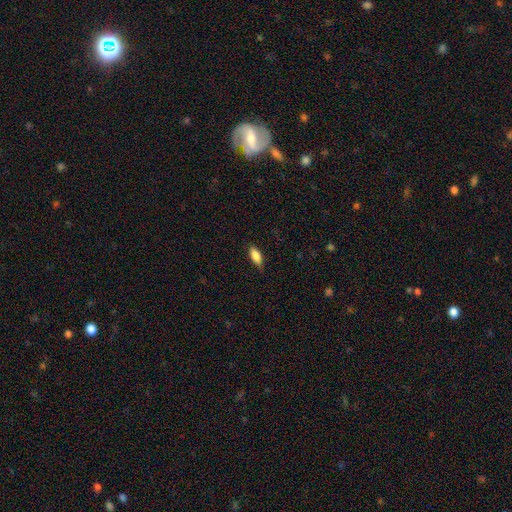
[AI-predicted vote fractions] This is clearly a smooth galaxy (86%). How rounded: clearly in between (81%). Merging: likely none (78%).